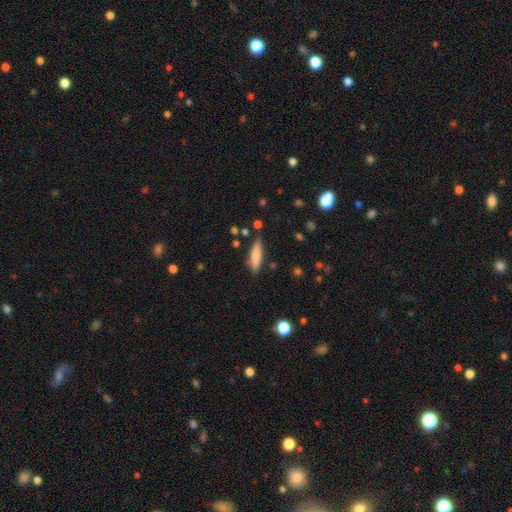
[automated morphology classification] smooth 77%, featured or disk 17%, star or artifact 7%. Down the decision tree: how rounded — cigar-shaped (72%); merging — none (77%).